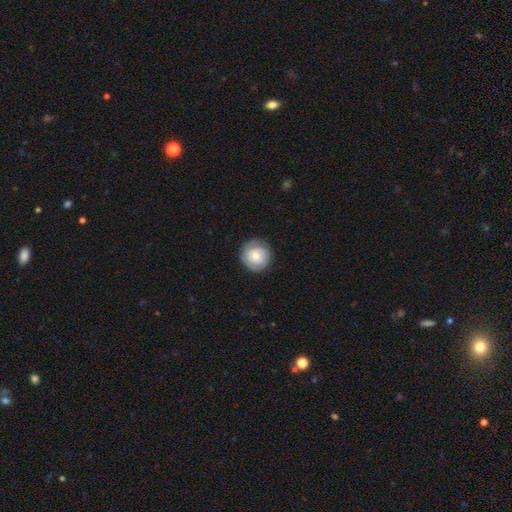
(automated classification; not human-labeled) A smooth galaxy with no disk features (59%) that is round (93%).

Vote fractions:
- Smooth or featured? smooth: 59% / featured or disk: 33% / star or artifact: 7%
- How rounded? round: 93% / in between: 6% / cigar-shaped: 1%
- Merging? none: 80% / minor disturbance: 15% / major disturbance: 4% / merger: 1%